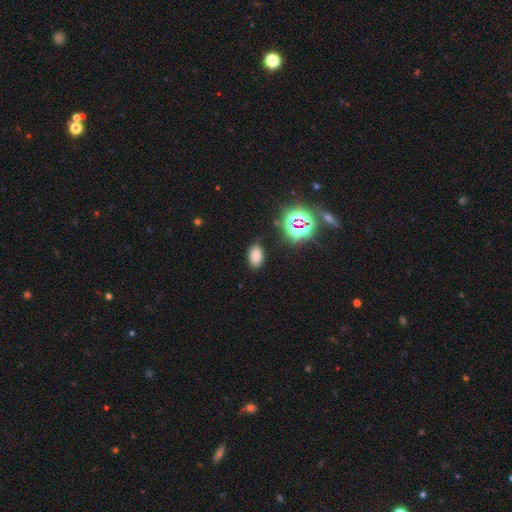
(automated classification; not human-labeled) Q: Smooth or featured?
A: smooth (71%); runner-up: star or artifact (22%)
Q: How rounded?
A: in between (91%); runner-up: round (8%)
Q: Merging?
A: none (86%); runner-up: minor disturbance (10%)